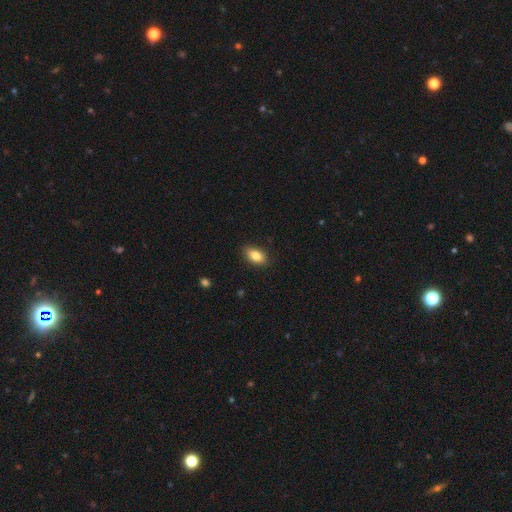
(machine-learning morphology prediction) Overall: smooth (84%). How rounded: in between (90%). Merging: none (87%).